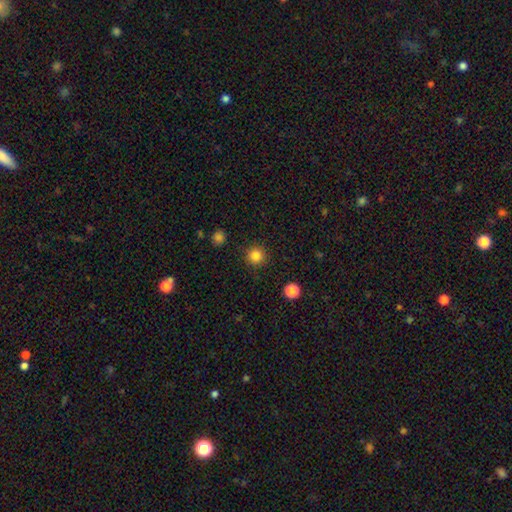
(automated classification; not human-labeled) The model was most divided on "smooth or featured": smooth: 84%, star or artifact: 12%, featured or disk: 4%. More confident: how rounded — round (95%); merging — none (91%).